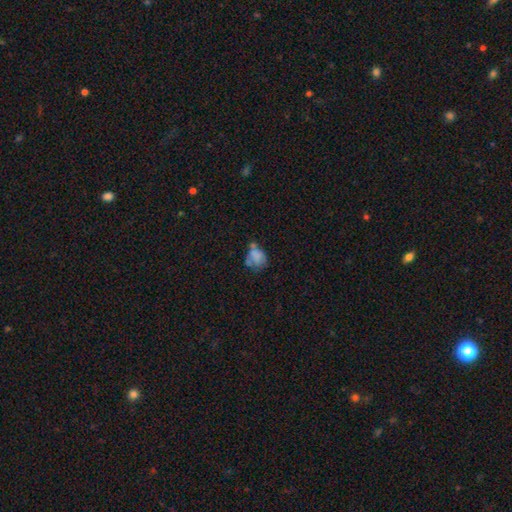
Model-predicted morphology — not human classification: A smooth galaxy with no disk features (65%) that is in between round and cigar-shaped (51%). Merging: none (32%).